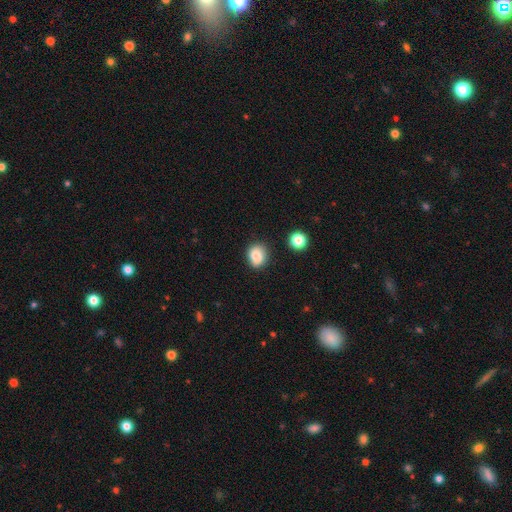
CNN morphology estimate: Smooth or featured? Predicted: smooth (p=0.83). How rounded? Predicted: round (p=0.58). Merging? Predicted: none (p=0.79).